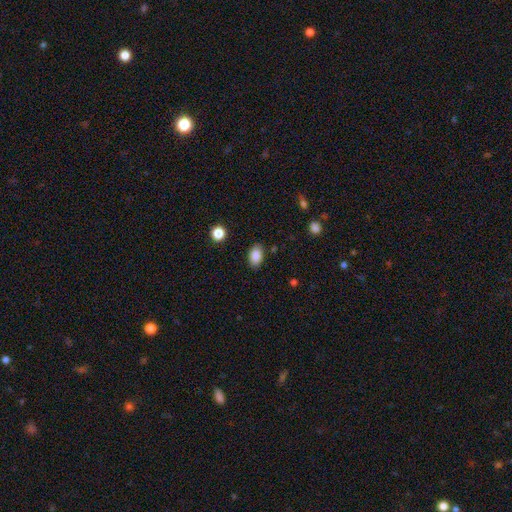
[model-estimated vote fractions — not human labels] A smooth galaxy with no disk features (87%) that is in between round and cigar-shaped (89%). Merging: none (86%).